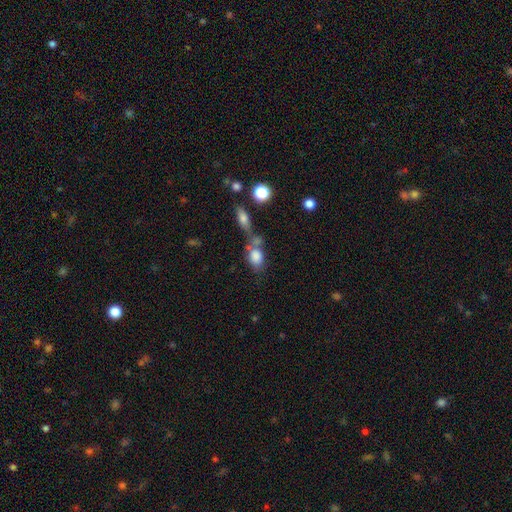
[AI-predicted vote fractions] This is clearly a smooth galaxy (81%). How rounded: likely in between (67%). Merging: marginally merger (40%).